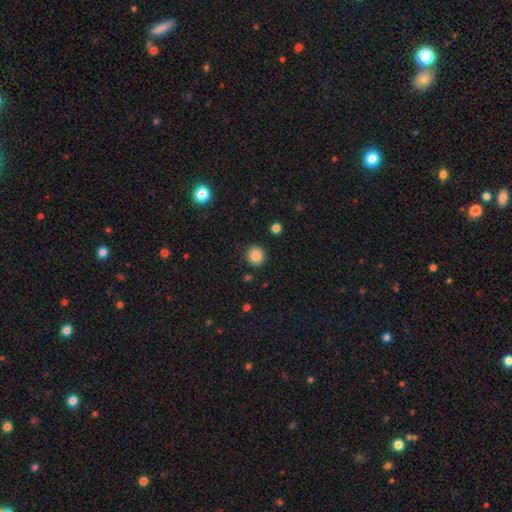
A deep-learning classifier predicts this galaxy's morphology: Smooth or featured? Predicted: smooth (p=0.87). How rounded? Predicted: round (p=0.89). Merging? Predicted: none (p=0.89).